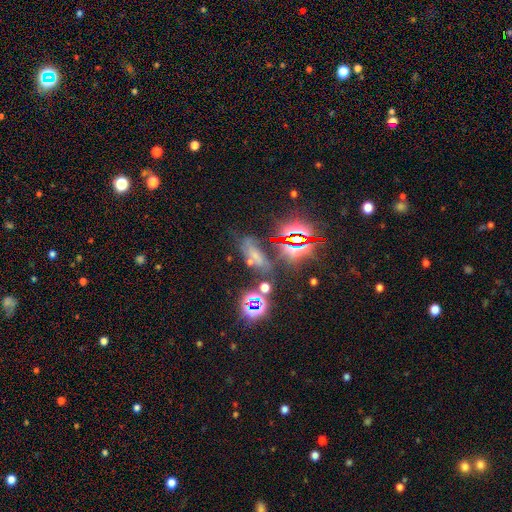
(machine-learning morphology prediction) This appears to be a star or artifact, not a galaxy (45%).